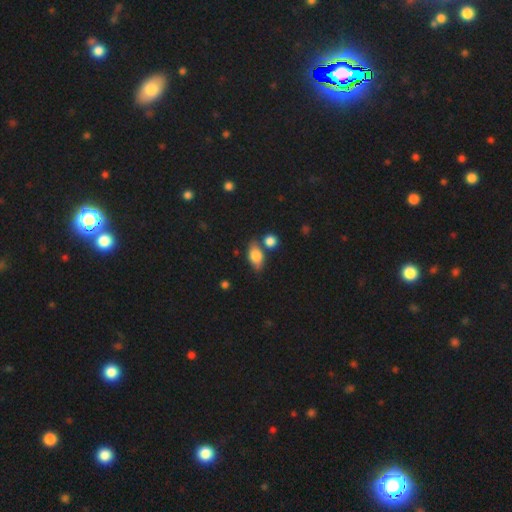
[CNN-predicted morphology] smooth-or-featured: smooth: 72% | featured or disk: 20% | star or artifact: 8%
  how-rounded: in between: 82% | round: 11% | cigar-shaped: 7%
  merging: none: 68% | minor disturbance: 16% | merger: 12% | major disturbance: 4%